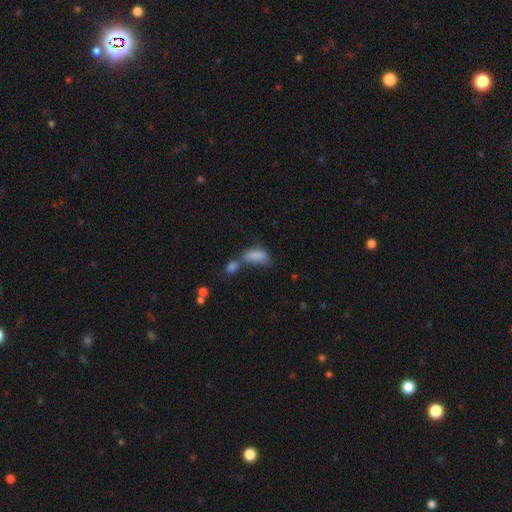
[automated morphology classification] smooth 82%, star or artifact 9%, featured or disk 8%. Down the decision tree: how rounded — in between (86%); merging — merger (49%).